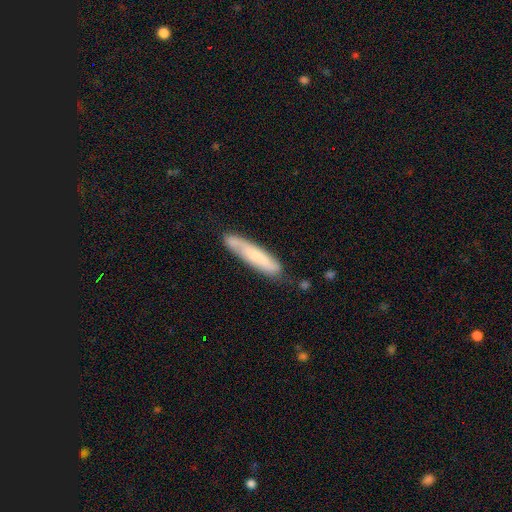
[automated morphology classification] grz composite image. It shows a smooth galaxy with no disk features (65%) that is cigar-shaped (87%). Merging: none (69%).